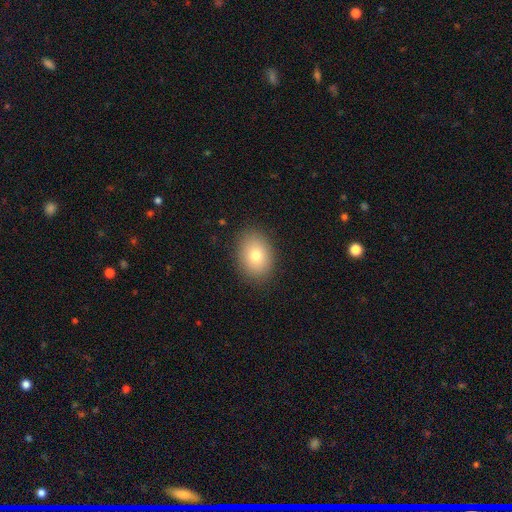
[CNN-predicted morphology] Smooth or featured? Predicted: smooth (p=0.77). How rounded? Predicted: in between (p=0.66). Merging? Predicted: none (p=0.87).